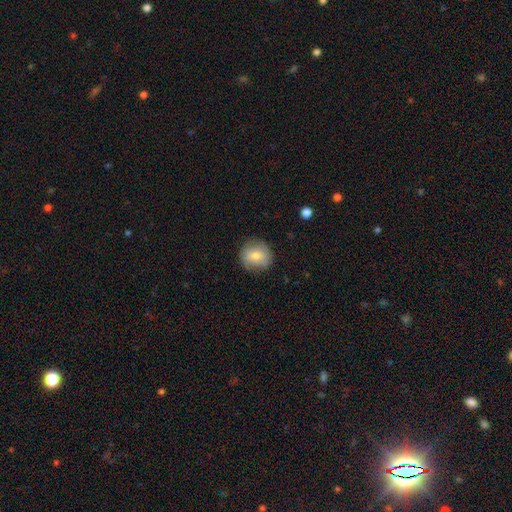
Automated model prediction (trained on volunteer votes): Overall: smooth (69%). How rounded: round (84%). Merging: none (82%).